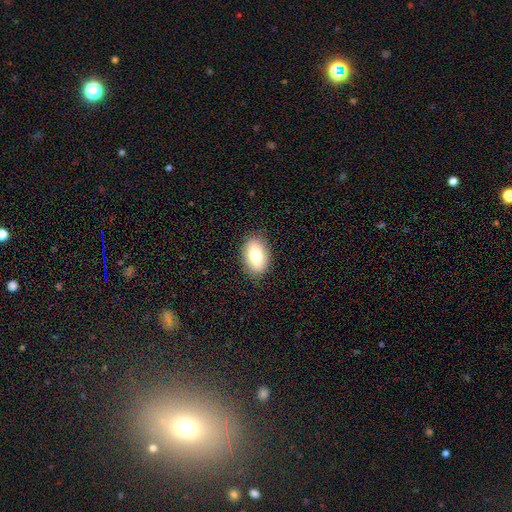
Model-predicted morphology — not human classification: Q: Smooth or featured?
A: smooth (77%); runner-up: featured or disk (15%)
Q: How rounded?
A: in between (87%); runner-up: round (12%)
Q: Merging?
A: none (87%); runner-up: minor disturbance (10%)